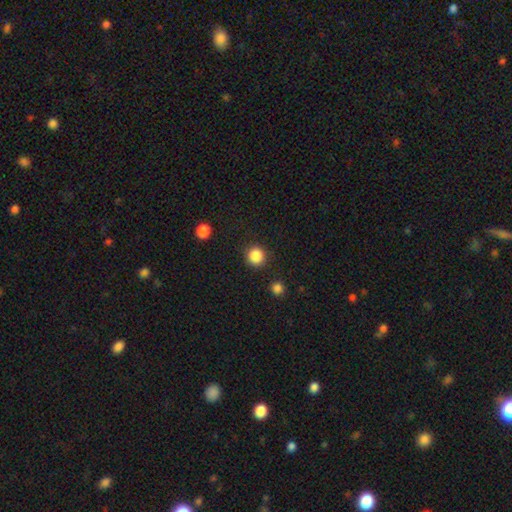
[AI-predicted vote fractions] This is clearly a smooth galaxy (86%). How rounded: clearly round (92%). Merging: clearly none (89%).